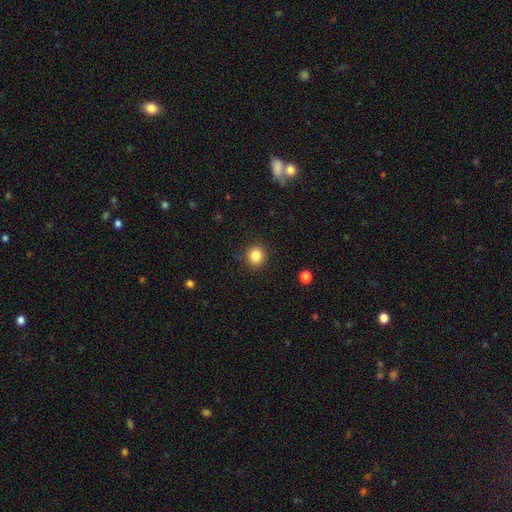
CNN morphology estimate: Q: Smooth or featured?
A: smooth (84%); runner-up: star or artifact (11%)
Q: How rounded?
A: round (91%); runner-up: in between (8%)
Q: Merging?
A: none (91%); runner-up: minor disturbance (6%)